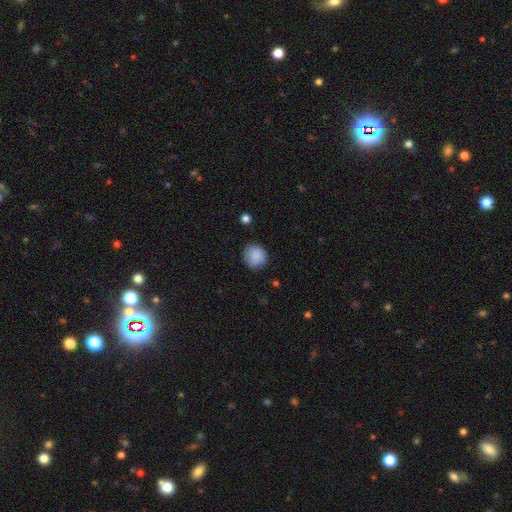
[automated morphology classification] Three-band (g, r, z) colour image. It shows a smooth galaxy with no disk features (88%) that is round (88%). Merging: none (86%).